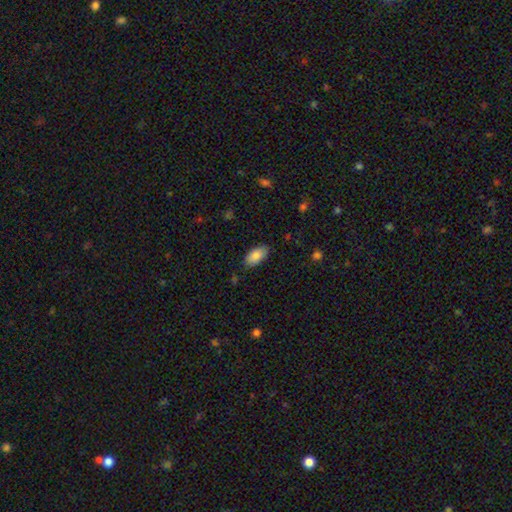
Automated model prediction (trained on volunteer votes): smooth 86%, featured or disk 8%, star or artifact 6%. Down the decision tree: how rounded — in between (93%); merging — none (85%).